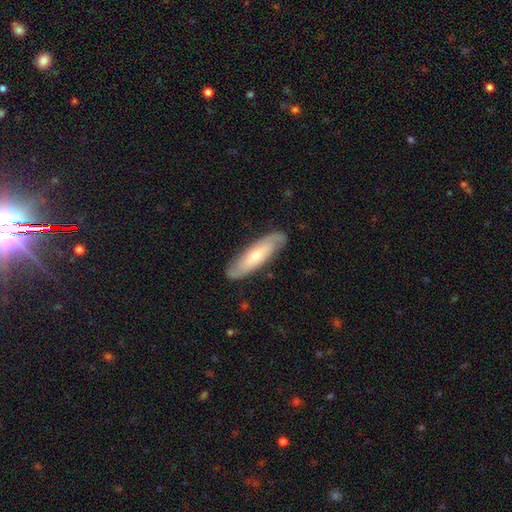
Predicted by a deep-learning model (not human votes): Overall: featured or disk (59%; smooth 35%). Edge-on disk: no (69%; yes 31%). Merging: none (84%).